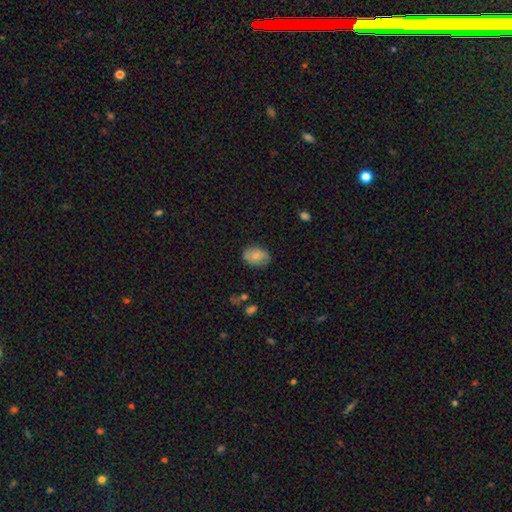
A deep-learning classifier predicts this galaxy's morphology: Smooth or featured: smooth — 80% (featured or disk — 13%)
How rounded: in between — 80% (round — 19%)
Merging: none — 77% (minor disturbance — 18%)